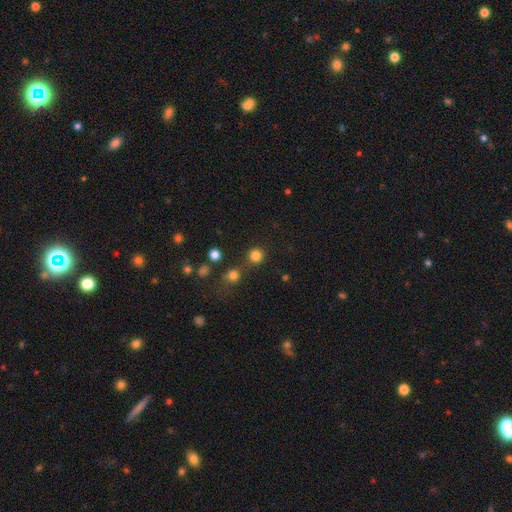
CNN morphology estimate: A smooth galaxy with no disk features (81%) that is round (93%).

Vote fractions:
- Smooth or featured? smooth: 81% / star or artifact: 15% / featured or disk: 4%
- How rounded? round: 93% / in between: 6% / cigar-shaped: 1%
- Merging? none: 75% / merger: 13% / minor disturbance: 8% / major disturbance: 4%